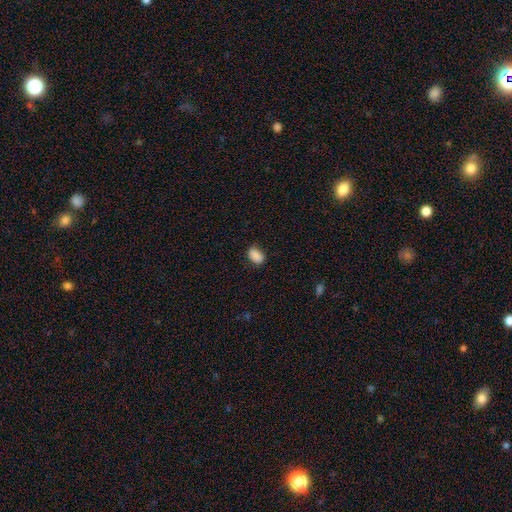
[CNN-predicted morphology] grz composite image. It shows a smooth galaxy with no disk features (89%) that is in between round and cigar-shaped (87%). Merging: none (81%).